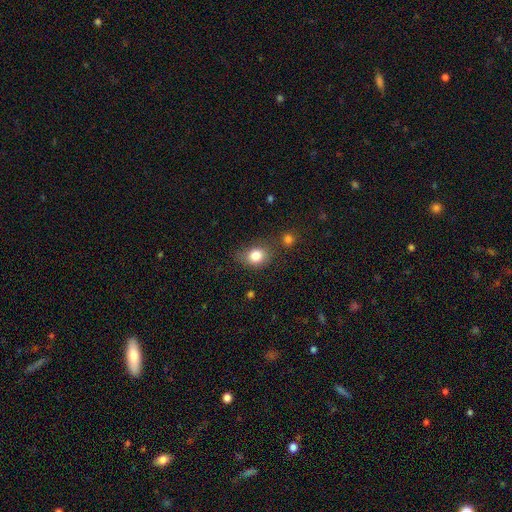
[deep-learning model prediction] A smooth galaxy with no disk features (83%) that is in between round and cigar-shaped (52%).

Vote fractions:
- Smooth or featured? smooth: 83% / star or artifact: 10% / featured or disk: 7%
- How rounded? in between: 52% / round: 47% / cigar-shaped: 1%
- Merging? none: 65% / minor disturbance: 22% / merger: 7% / major disturbance: 6%